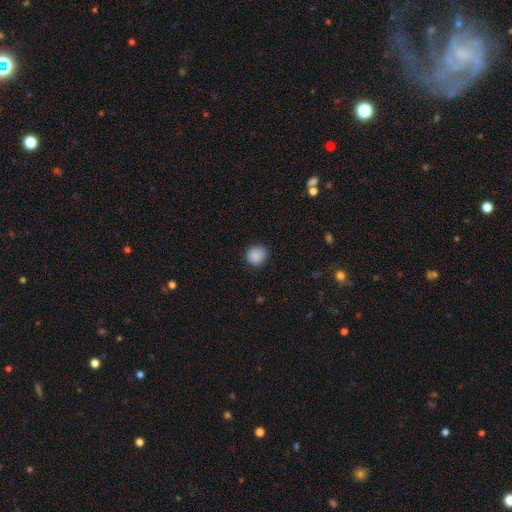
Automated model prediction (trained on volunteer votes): A smooth galaxy with no disk features (88%) that is round (85%).

Vote fractions:
- Smooth or featured? smooth: 88% / star or artifact: 9% / featured or disk: 4%
- How rounded? round: 85% / in between: 14% / cigar-shaped: 1%
- Merging? none: 84% / minor disturbance: 13% / major disturbance: 3% / merger: 1%